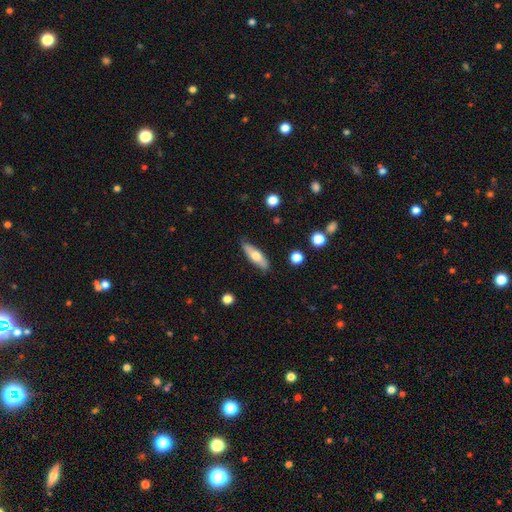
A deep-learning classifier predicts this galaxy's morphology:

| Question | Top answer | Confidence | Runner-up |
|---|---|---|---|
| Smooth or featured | smooth | 60% | featured or disk (34%) |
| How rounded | cigar-shaped | 55% | in between (42%) |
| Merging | none | 84% | minor disturbance (12%) |